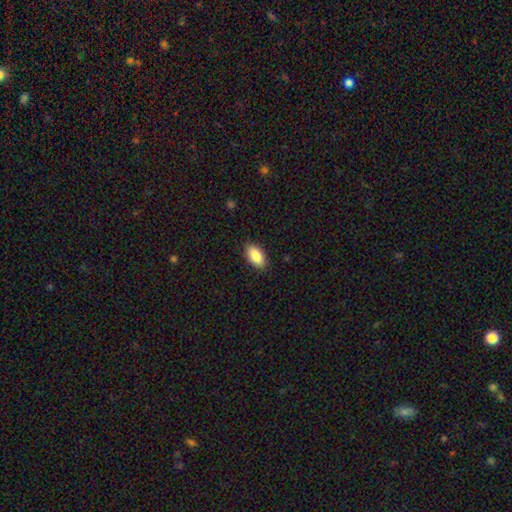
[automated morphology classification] smooth 89%, star or artifact 6%, featured or disk 5%. Down the decision tree: how rounded — in between (93%); merging — none (88%).